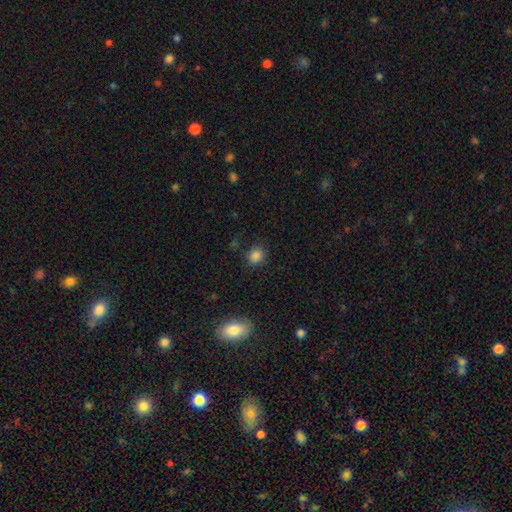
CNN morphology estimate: This appears to be a smooth galaxy with no disk features (83%) that is round (78%). Merging: none (83%).